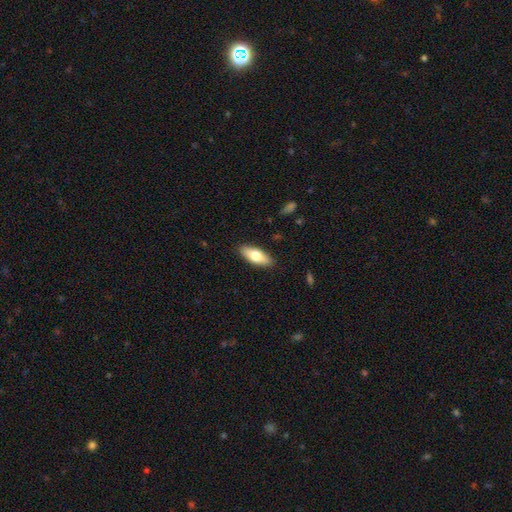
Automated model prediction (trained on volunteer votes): Morphology: type=smooth (71%); roundness=in between (74%); merging=none (88%).